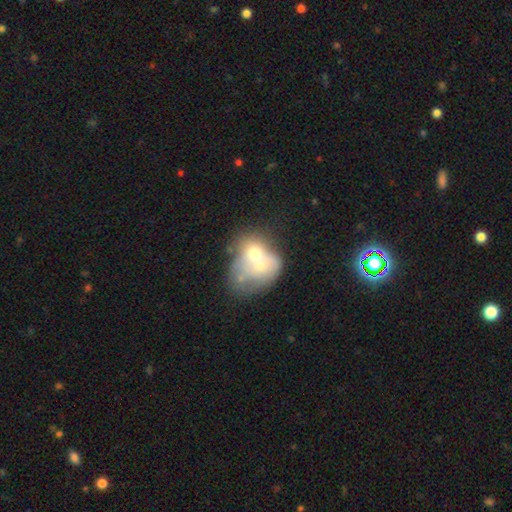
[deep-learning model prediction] This appears to be a smooth galaxy with no disk features (48%). Merging: merger (57%).